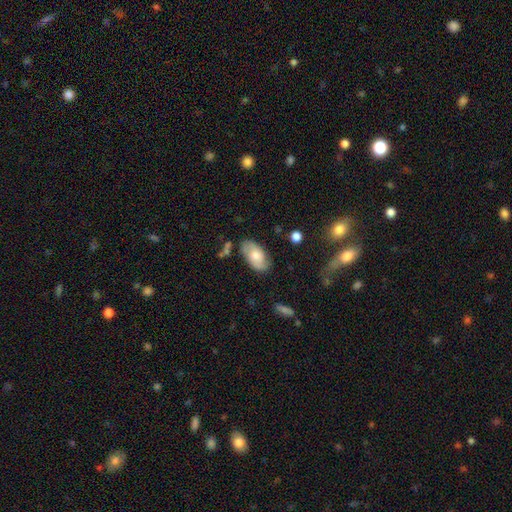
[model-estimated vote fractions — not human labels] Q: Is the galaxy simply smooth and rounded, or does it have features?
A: smooth — 64%.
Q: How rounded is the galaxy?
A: in between — 94%.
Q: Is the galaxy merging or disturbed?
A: none — 70%.